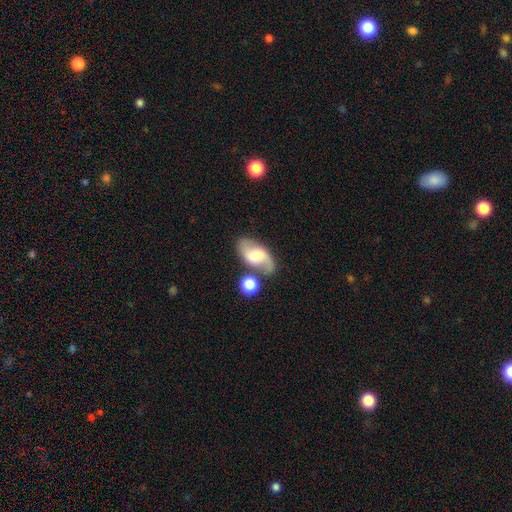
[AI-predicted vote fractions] Smooth or featured?
  - featured or disk: 63% *
  - smooth: 30%
  - star or artifact: 7%
Edge-on disk?
  - no: 95% *
  - yes: 5%
Bar?
  - weak: 47% *
  - no: 33%
  - strong: 20%
Spiral arms?
  - yes: 88% *
  - no: 12%
Spiral winding?
  - loose: 50% *
  - medium: 39%
  - tight: 11%
Spiral arm count?
  - 2: 88% *
  - can't tell: 5%
  - 1: 4%
  - 3: 1%
  - 4: 1%
  - more than 4: 1%
Bulge size?
  - moderate: 41% *
  - large: 23%
  - small: 23%
  - none: 8%
  - dominant: 4%
Merging?
  - none: 64% *
  - minor disturbance: 16%
  - merger: 15%
  - major disturbance: 6%